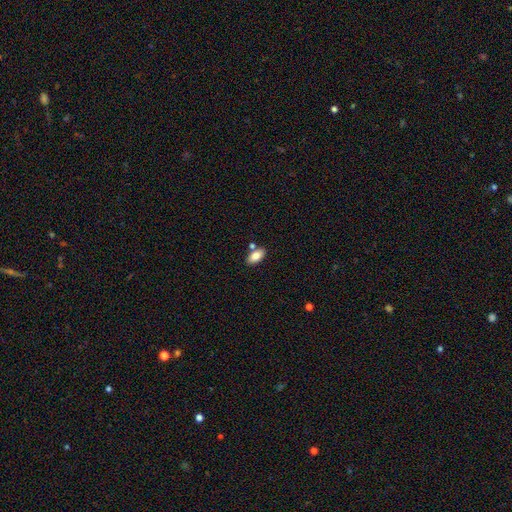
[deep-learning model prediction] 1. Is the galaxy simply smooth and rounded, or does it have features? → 83% smooth, 10% featured or disk, 7% star or artifact.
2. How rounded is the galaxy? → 93% in between, 4% cigar-shaped, 4% round.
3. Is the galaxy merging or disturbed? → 74% none, 12% merger, 11% minor disturbance, 3% major disturbance.